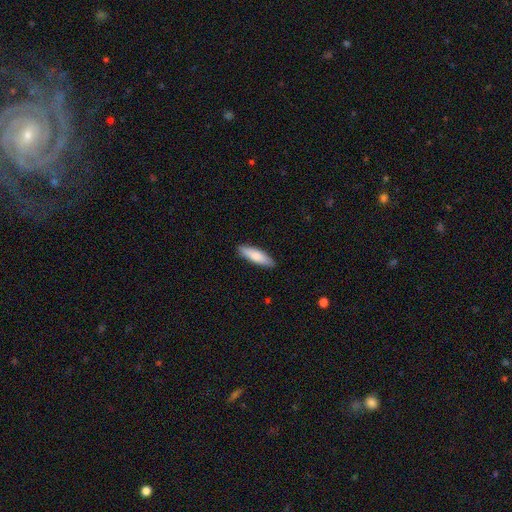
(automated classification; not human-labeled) smooth 80%, featured or disk 15%, star or artifact 5%. Down the decision tree: how rounded — cigar-shaped (60%); merging — none (89%).